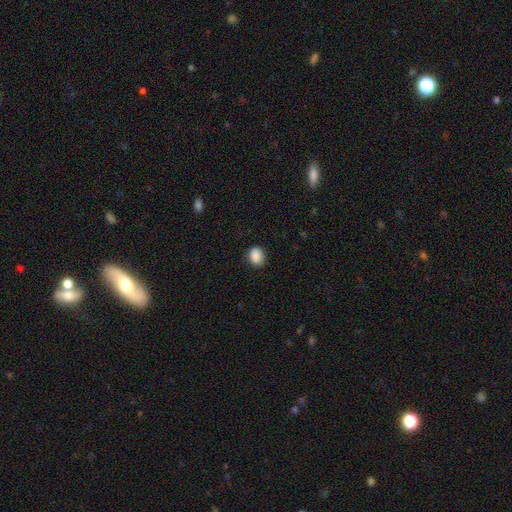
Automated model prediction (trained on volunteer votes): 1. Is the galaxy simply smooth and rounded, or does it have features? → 88% smooth, 8% star or artifact, 4% featured or disk.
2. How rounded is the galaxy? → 52% in between, 47% round, 1% cigar-shaped.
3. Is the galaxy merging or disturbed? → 84% none, 13% minor disturbance, 3% major disturbance, 1% merger.